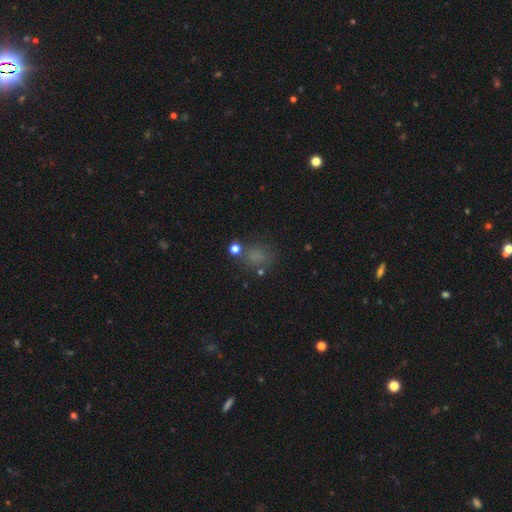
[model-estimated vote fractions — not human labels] Smooth or featured: smooth — 68% (star or artifact — 25%)
How rounded: round — 66% (in between — 33%)
Merging: none — 71% (minor disturbance — 14%)